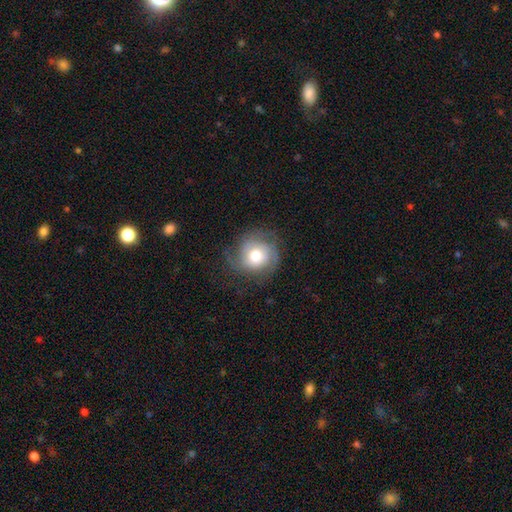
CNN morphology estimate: Q: Smooth or featured?
A: featured or disk (54%); runner-up: smooth (38%)
Q: Edge-on disk?
A: no (97%); runner-up: yes (3%)
Q: Bar?
A: no (78%); runner-up: weak (19%)
Q: Spiral arms?
A: yes (84%); runner-up: no (16%)
Q: Bulge size?
A: moderate (57%); runner-up: large (31%)
Q: Merging?
A: none (65%); runner-up: minor disturbance (21%)